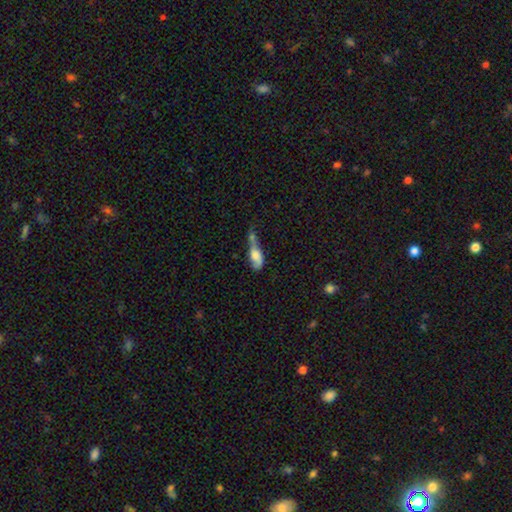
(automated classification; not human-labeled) This appears to be a smooth galaxy with no disk features (60%) that is in between round and cigar-shaped (67%). Merging: merger (40%).